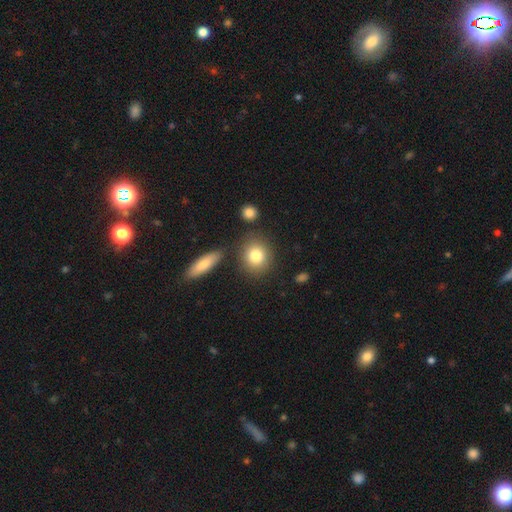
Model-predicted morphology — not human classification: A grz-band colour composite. It shows a smooth galaxy with no disk features (82%) that is round (76%). Merging: none (79%).